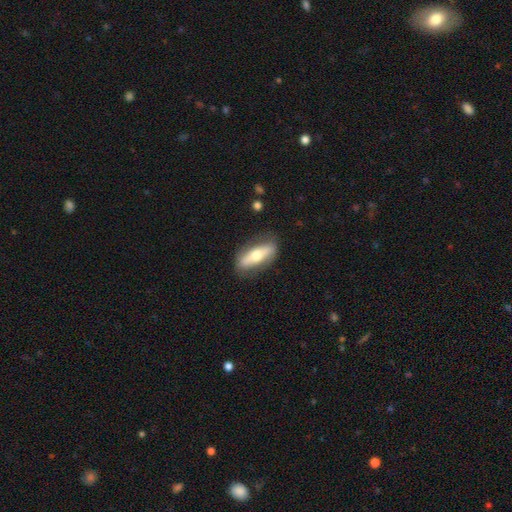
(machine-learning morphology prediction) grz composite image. It shows a smooth galaxy with no disk features (48%). Merging: none (81%).